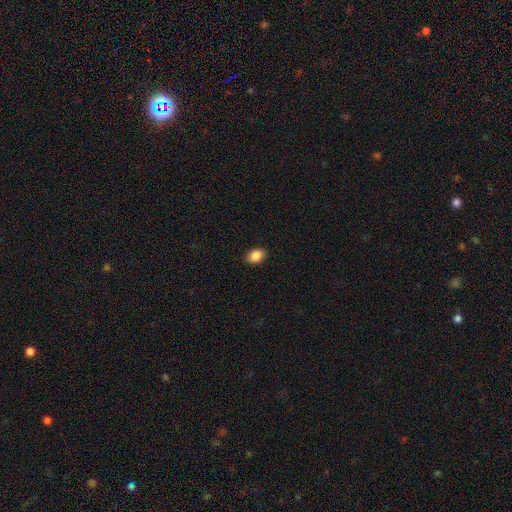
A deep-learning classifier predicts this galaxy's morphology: Q: Smooth or featured?
A: smooth (88%); runner-up: star or artifact (8%)
Q: How rounded?
A: in between (73%); runner-up: round (26%)
Q: Merging?
A: none (90%); runner-up: minor disturbance (8%)